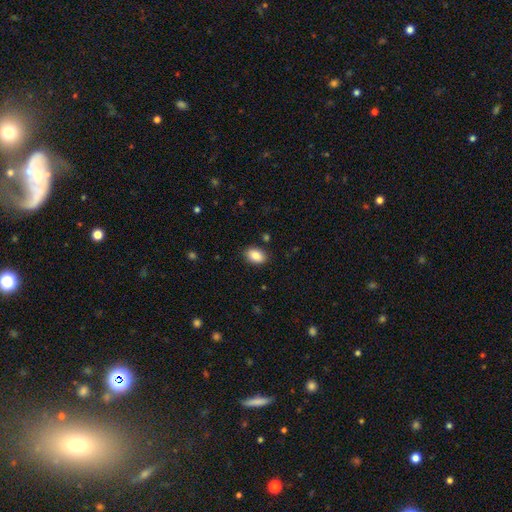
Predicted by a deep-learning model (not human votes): smooth-or-featured: smooth: 88% | star or artifact: 8% | featured or disk: 5%
  how-rounded: in between: 84% | round: 15% | cigar-shaped: 1%
  merging: none: 87% | minor disturbance: 9% | major disturbance: 2% | merger: 1%